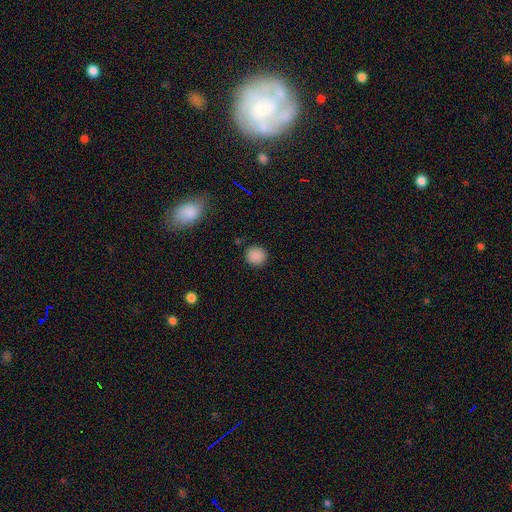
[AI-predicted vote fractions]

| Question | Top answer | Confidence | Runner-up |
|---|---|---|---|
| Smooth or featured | smooth | 86% | star or artifact (11%) |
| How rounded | round | 91% | in between (8%) |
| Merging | none | 88% | minor disturbance (8%) |